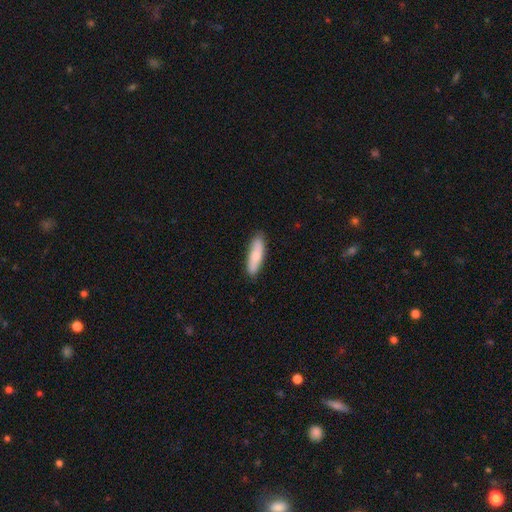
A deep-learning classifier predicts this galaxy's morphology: Overall: smooth (77%). How rounded: cigar-shaped (60%; in between 38%). Merging: none (86%).